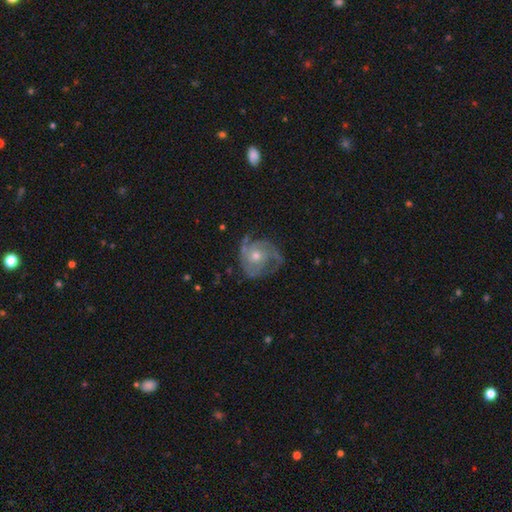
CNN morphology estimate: type=featured or disk (85%); edge-on=no (98%); bar=no (78%); spiral arms=yes (95%); winding=tight (52%); arm count=3 (42%); bulge=moderate (54%); merging=none (66%).